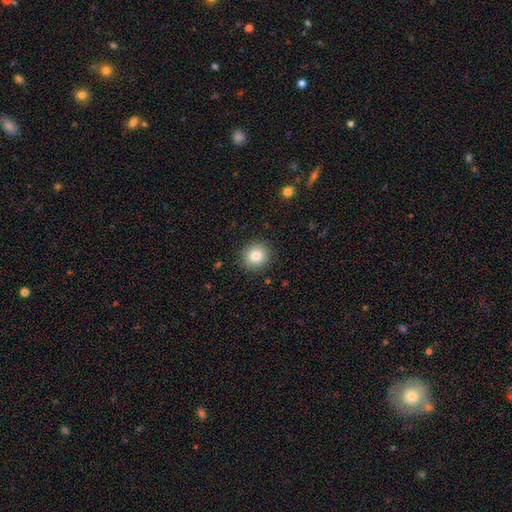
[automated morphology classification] Smooth or featured? Predicted: smooth (p=0.83). How rounded? Predicted: round (p=0.87). Merging? Predicted: none (p=0.90).